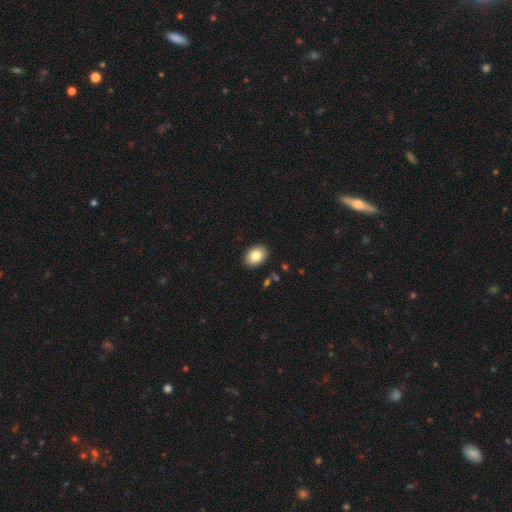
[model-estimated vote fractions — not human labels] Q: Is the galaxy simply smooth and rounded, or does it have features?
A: smooth — 83%.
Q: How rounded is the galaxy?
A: in between — 75%.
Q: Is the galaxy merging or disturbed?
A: none — 90%.